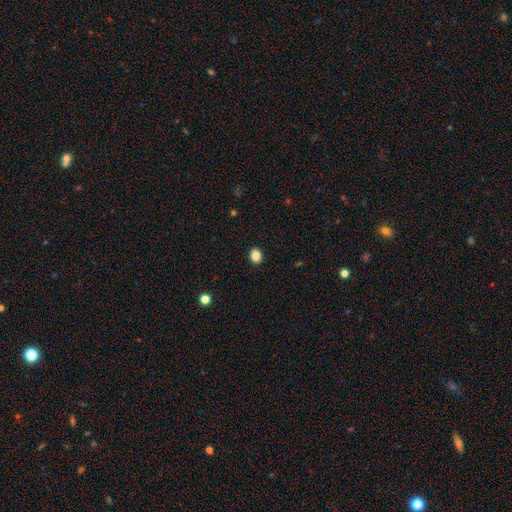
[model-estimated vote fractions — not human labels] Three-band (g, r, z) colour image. It shows a smooth galaxy with no disk features (86%) that is round (52%). Merging: none (91%).